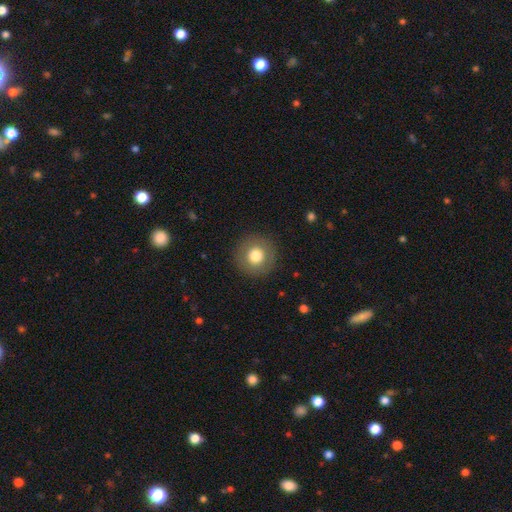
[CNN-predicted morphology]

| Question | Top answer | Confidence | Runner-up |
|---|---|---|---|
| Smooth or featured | smooth | 76% | featured or disk (15%) |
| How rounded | round | 96% | in between (3%) |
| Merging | none | 90% | minor disturbance (6%) |